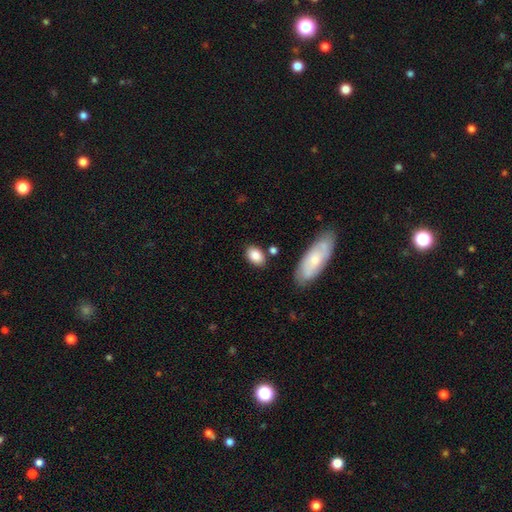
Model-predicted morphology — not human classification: Smooth or featured? Predicted: smooth (p=0.85). How rounded? Predicted: in between (p=0.84). Merging? Predicted: none (p=0.78).